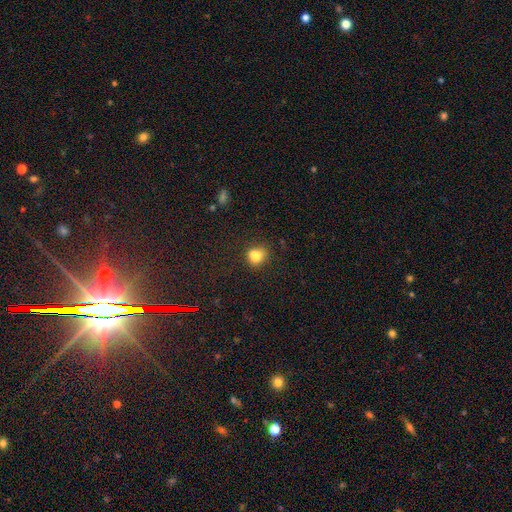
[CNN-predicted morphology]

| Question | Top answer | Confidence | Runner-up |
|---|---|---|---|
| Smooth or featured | smooth | 82% | star or artifact (12%) |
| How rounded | round | 69% | in between (30%) |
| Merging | none | 71% | minor disturbance (19%) |